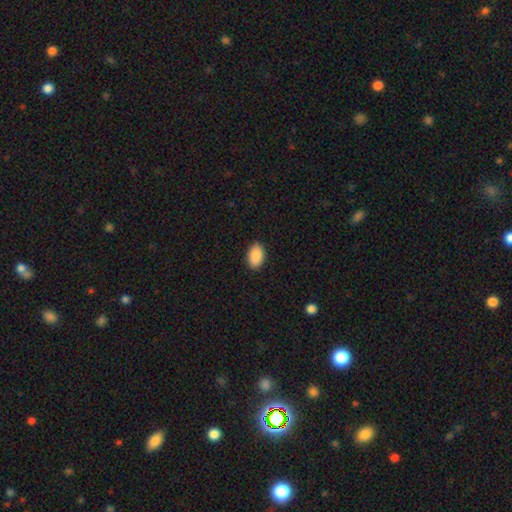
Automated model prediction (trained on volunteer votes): smooth_or_featured: smooth (p=0.90) [alt: star or artifact p=0.06]
how_rounded: in between (p=0.92) [alt: round p=0.07]
merging: none (p=0.90) [alt: minor disturbance p=0.07]